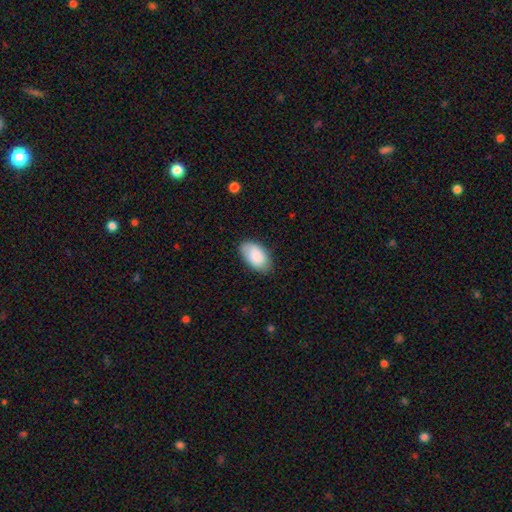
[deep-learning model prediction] smooth_or_featured: smooth (p=0.88) [alt: featured or disk p=0.07]
how_rounded: in between (p=0.95) [alt: round p=0.03]
merging: none (p=0.79) [alt: minor disturbance p=0.17]